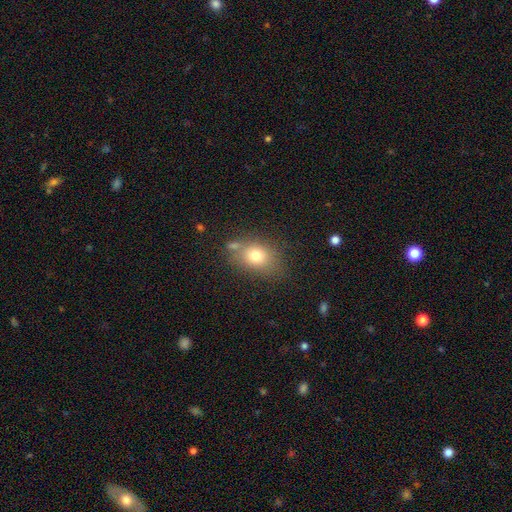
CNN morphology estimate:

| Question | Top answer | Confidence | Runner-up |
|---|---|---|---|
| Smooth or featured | smooth | 75% | featured or disk (13%) |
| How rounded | in between | 64% | round (35%) |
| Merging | none | 66% | minor disturbance (17%) |